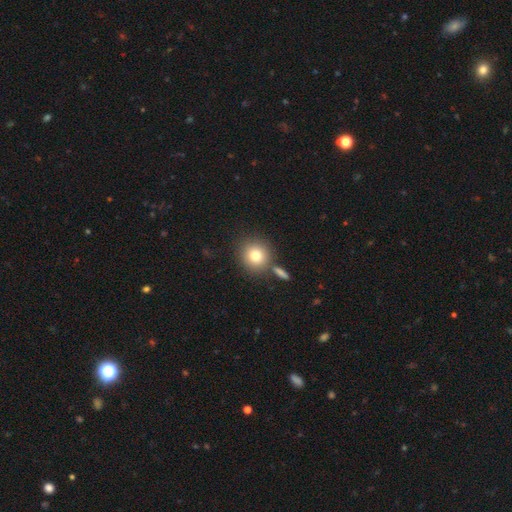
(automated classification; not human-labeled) This is likely a smooth galaxy (79%). How rounded: clearly round (90%). Merging: likely none (73%).